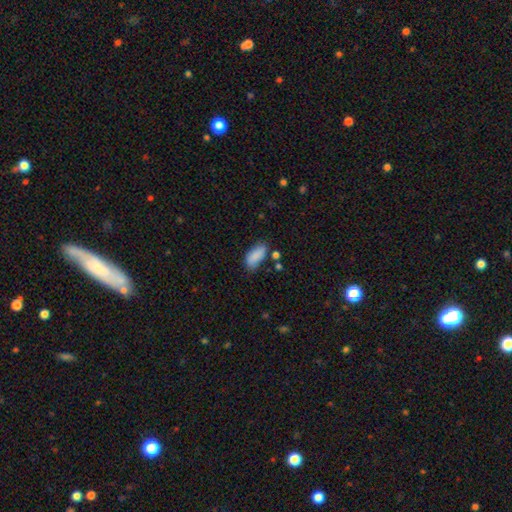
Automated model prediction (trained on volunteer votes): The model was most divided on "merging": none: 64%, minor disturbance: 24%, merger: 6%, major disturbance: 6%. More confident: how rounded — in between (90%); smooth or featured — smooth (87%).